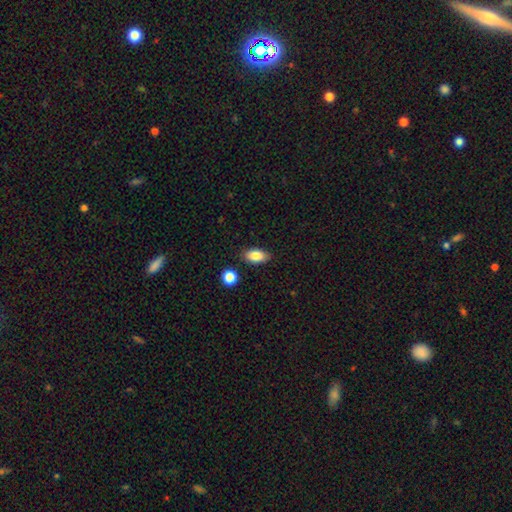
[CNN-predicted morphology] A smooth galaxy with no disk features (84%) that is in between round and cigar-shaped (89%).

Vote fractions:
- Smooth or featured? smooth: 84% / featured or disk: 8% / star or artifact: 8%
- How rounded? in between: 89% / round: 6% / cigar-shaped: 4%
- Merging? none: 86% / minor disturbance: 9% / merger: 3% / major disturbance: 2%